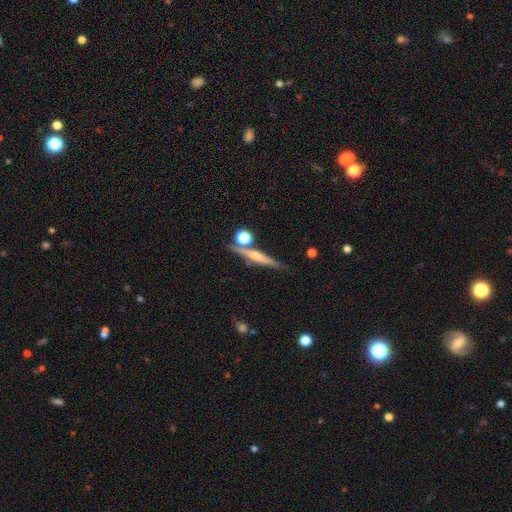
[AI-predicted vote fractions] featured or disk 65%, smooth 25%, star or artifact 9%. Down the decision tree: edge-on disk — yes (96%); edge-on bulge — rounded (75%); merging — none (79%).